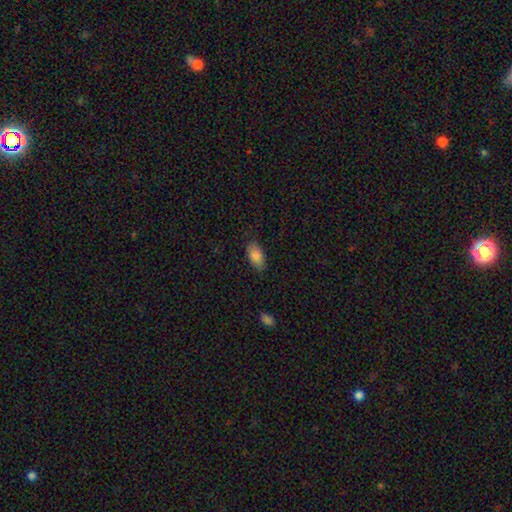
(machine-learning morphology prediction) type=smooth (85%); roundness=in between (93%); merging=none (83%).